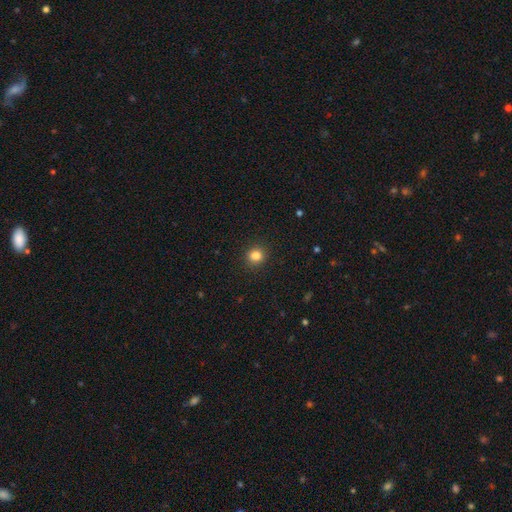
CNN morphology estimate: The model was most divided on "smooth or featured": smooth: 83%, star or artifact: 12%, featured or disk: 5%. More confident: merging — none (91%); how rounded — round (89%).